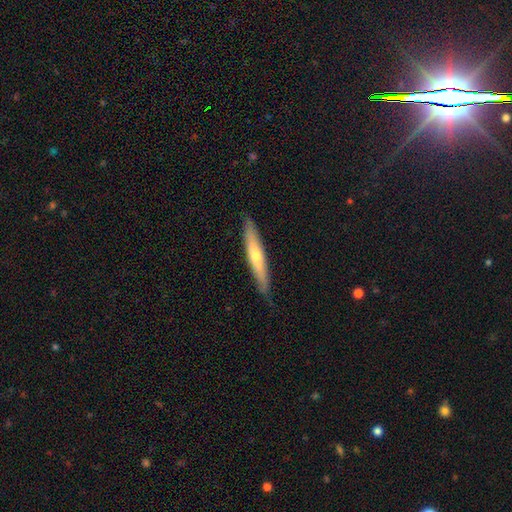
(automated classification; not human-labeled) Morphology: type=featured or disk (48%); merging=none (87%).